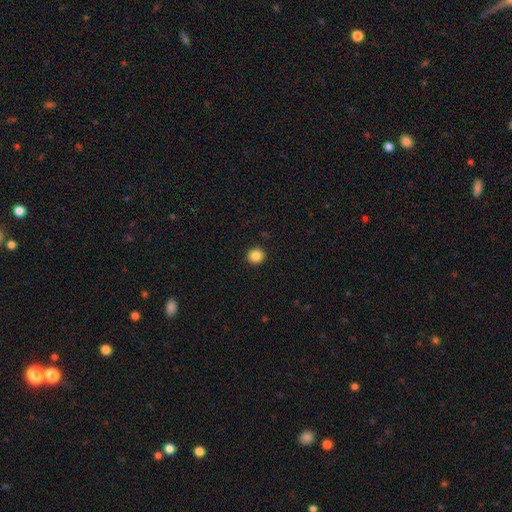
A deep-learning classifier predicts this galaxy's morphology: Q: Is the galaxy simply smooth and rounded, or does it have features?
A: smooth — 86%.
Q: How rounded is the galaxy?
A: round — 92%.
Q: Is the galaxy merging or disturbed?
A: none — 93%.